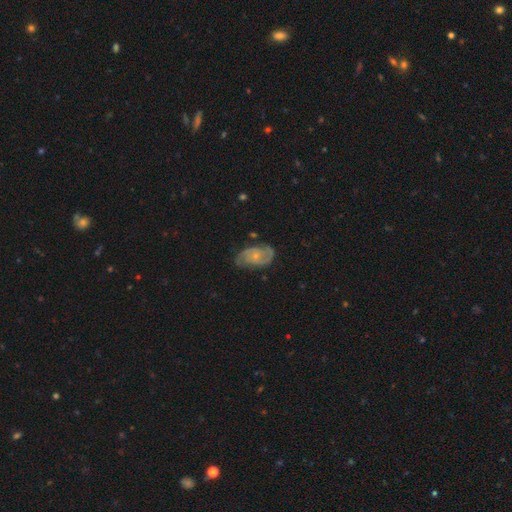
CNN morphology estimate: featured or disk 77%, smooth 17%, star or artifact 6%. Down the decision tree: edge-on disk — no (97%); bar — no (69%); spiral arms — yes (93%); spiral arm count — 2 (80%); spiral winding — medium (47%); bulge size — small (70%); merging — none (68%).